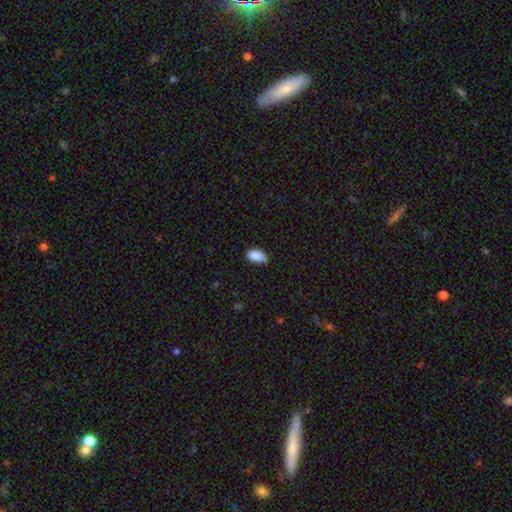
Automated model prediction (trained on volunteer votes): smooth 88%, star or artifact 8%, featured or disk 4%. Down the decision tree: how rounded — in between (93%); merging — none (68%).